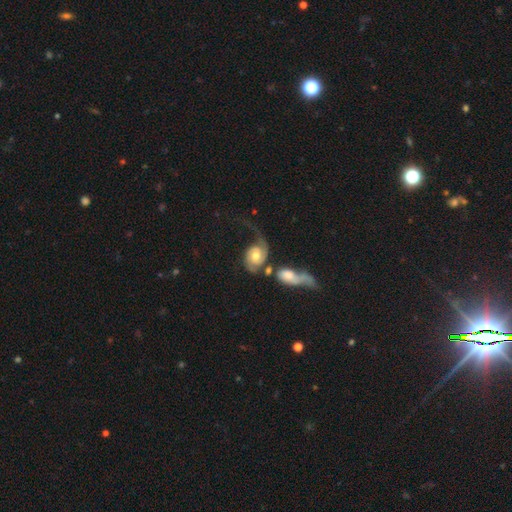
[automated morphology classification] smooth-or-featured: featured or disk: 72% | smooth: 22% | star or artifact: 6%
  disk-edge-on: no: 96% | yes: 4%
    bar: no: 72% | weak: 23% | strong: 5%
    has-spiral-arms: yes: 90% | no: 10%
      spiral-winding: loose: 42% | medium: 32% | tight: 26%
      spiral-arm-count: 2: 49% | 1: 40% | can't tell: 7% | 3: 2% | 4: 1% | more than 4: 1%
    bulge-size: moderate: 67% | small: 15% | large: 14% | none: 2% | dominant: 2%
  merging: merger: 44% | major disturbance: 25% | none: 20% | minor disturbance: 11%